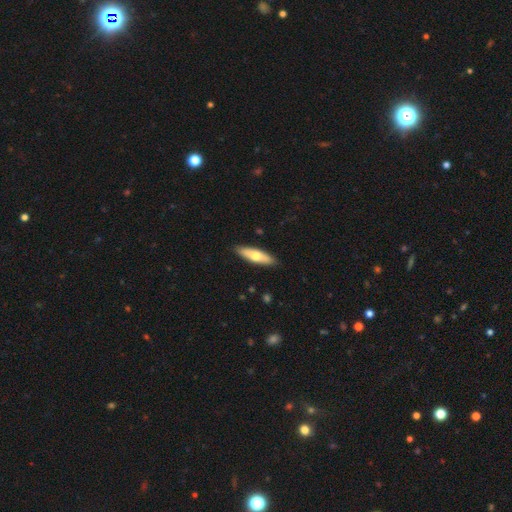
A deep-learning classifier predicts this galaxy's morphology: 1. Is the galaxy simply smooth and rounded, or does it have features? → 59% smooth, 36% featured or disk, 5% star or artifact.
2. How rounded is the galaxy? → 56% cigar-shaped, 42% in between, 2% round.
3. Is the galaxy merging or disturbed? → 89% none, 9% minor disturbance, 2% major disturbance, 1% merger.